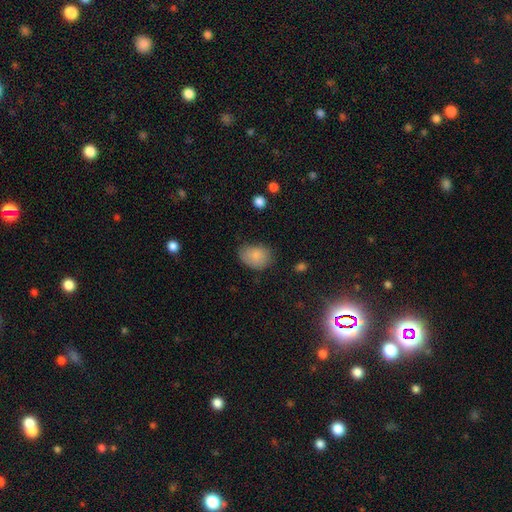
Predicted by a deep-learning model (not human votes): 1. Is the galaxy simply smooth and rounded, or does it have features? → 84% smooth, 8% featured or disk, 8% star or artifact.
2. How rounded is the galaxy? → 73% in between, 26% round, 1% cigar-shaped.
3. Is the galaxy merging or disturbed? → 67% none, 25% minor disturbance, 6% major disturbance, 2% merger.